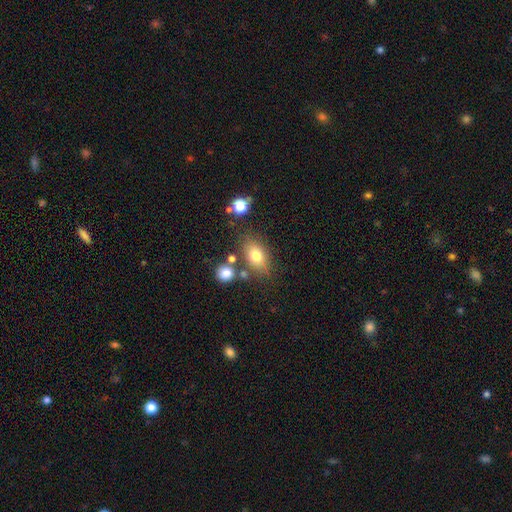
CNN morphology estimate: This appears to be a smooth galaxy with no disk features (74%) that is in between round and cigar-shaped (76%). Merging: none (70%).